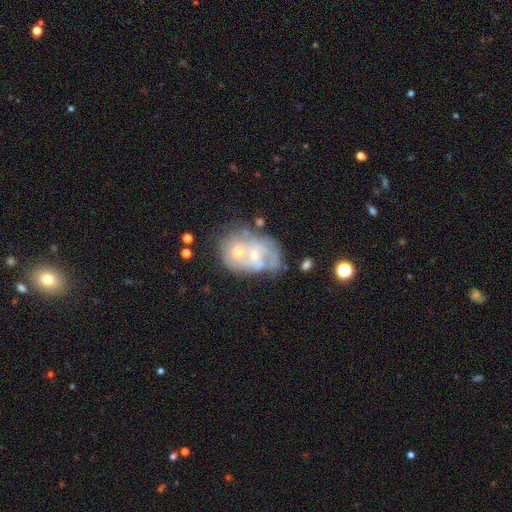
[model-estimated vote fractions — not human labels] Smooth or featured?
  - featured or disk: 66% *
  - smooth: 26%
  - star or artifact: 8%
Edge-on disk?
  - no: 97% *
  - yes: 3%
Bar?
  - no: 77% *
  - weak: 19%
  - strong: 4%
Spiral arms?
  - yes: 55% *
  - no: 45%
Bulge size?
  - small: 59% *
  - moderate: 33%
  - none: 5%
  - large: 2%
  - dominant: 1%
Merging?
  - merger: 51% *
  - none: 25%
  - minor disturbance: 13%
  - major disturbance: 11%